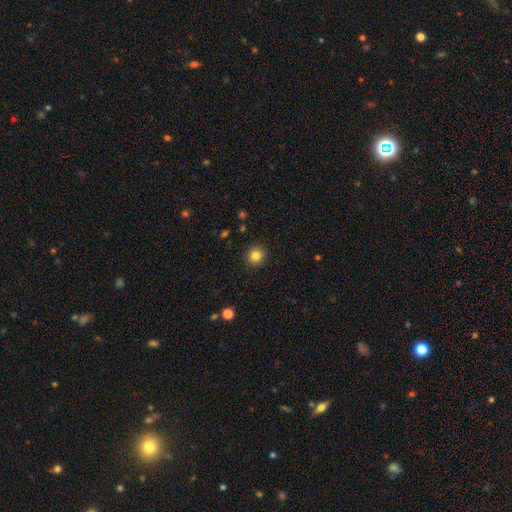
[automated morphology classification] Smooth or featured?
  - smooth: 83% *
  - star or artifact: 11%
  - featured or disk: 5%
How rounded?
  - round: 92% *
  - in between: 7%
  - cigar-shaped: 1%
Merging?
  - none: 92% *
  - minor disturbance: 6%
  - major disturbance: 2%
  - merger: 1%